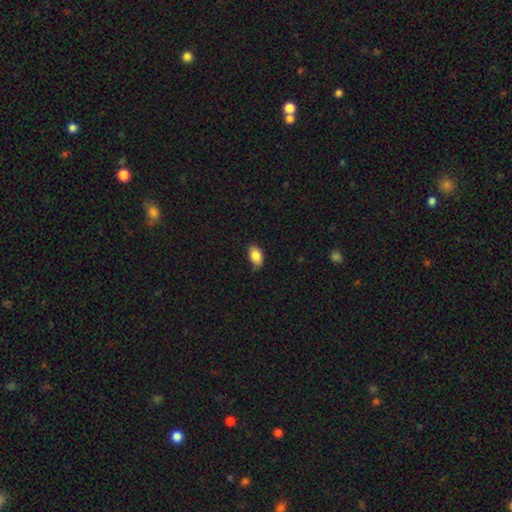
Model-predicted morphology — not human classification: smooth_or_featured: smooth (p=0.86) [alt: star or artifact p=0.07]
how_rounded: in between (p=0.92) [alt: round p=0.07]
merging: none (p=0.75) [alt: minor disturbance p=0.21]